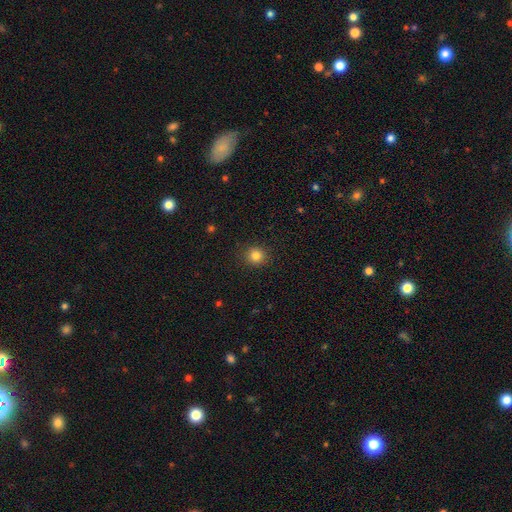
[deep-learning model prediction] Overall: smooth (83%). How rounded: round (89%). Merging: none (90%).